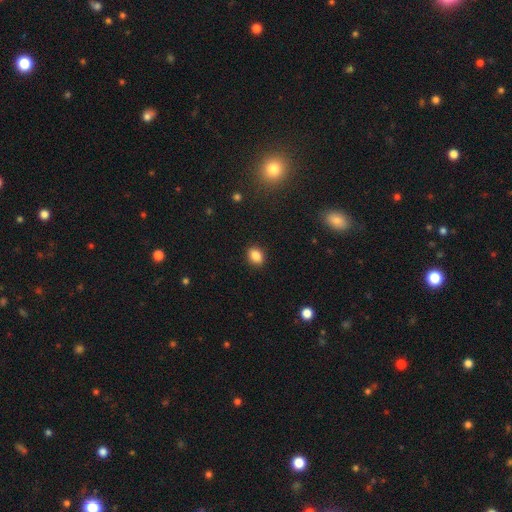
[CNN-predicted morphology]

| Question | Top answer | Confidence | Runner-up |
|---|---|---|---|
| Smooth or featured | smooth | 85% | star or artifact (10%) |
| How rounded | in between | 62% | round (37%) |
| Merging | none | 89% | minor disturbance (8%) |